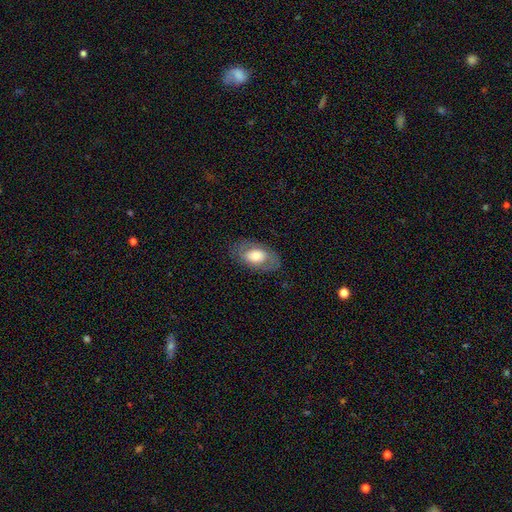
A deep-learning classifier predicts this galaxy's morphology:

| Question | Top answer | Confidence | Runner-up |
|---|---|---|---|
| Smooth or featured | smooth | 54% | featured or disk (39%) |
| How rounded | in between | 89% | round (9%) |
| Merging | none | 78% | minor disturbance (14%) |